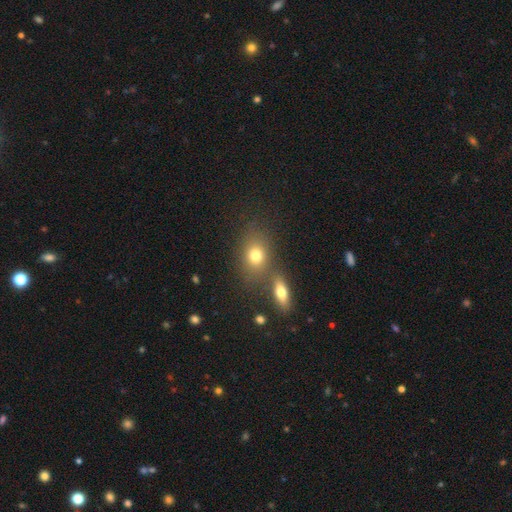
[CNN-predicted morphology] smooth 75%, star or artifact 13%, featured or disk 12%. Down the decision tree: how rounded — in between (55%); merging — none (59%).